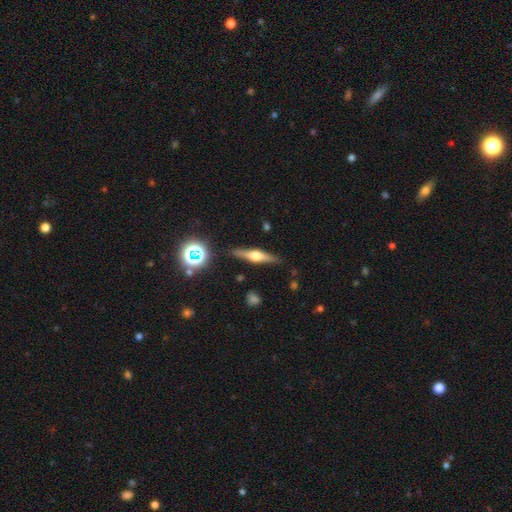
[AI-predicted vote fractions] Smooth or featured?
  - featured or disk: 68% *
  - smooth: 23%
  - star or artifact: 8%
Edge-on disk?
  - yes: 96% *
  - no: 4%
Edge-on bulge?
  - rounded: 92% *
  - boxy: 6%
  - none: 2%
Merging?
  - none: 87% *
  - minor disturbance: 9%
  - major disturbance: 2%
  - merger: 2%